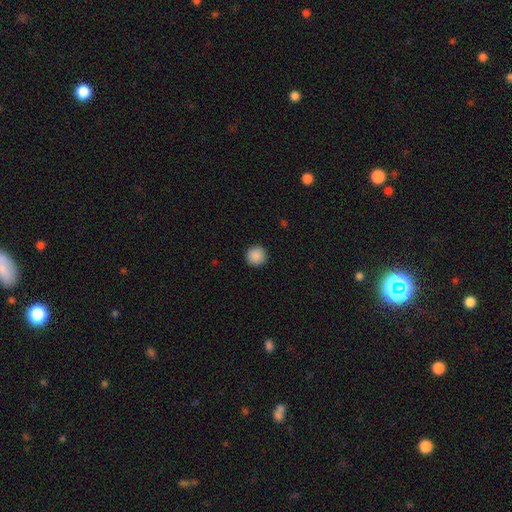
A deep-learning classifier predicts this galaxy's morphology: This appears to be a smooth galaxy with no disk features (89%) that is round (96%). Merging: none (93%).